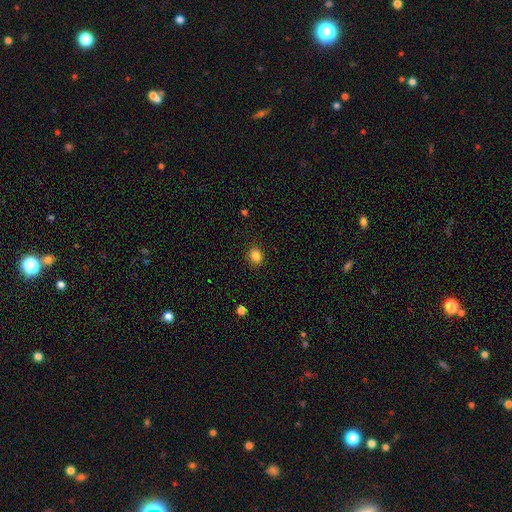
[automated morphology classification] Smooth or featured: smooth — 84% (star or artifact — 11%)
How rounded: round — 67% (in between — 32%)
Merging: none — 89% (minor disturbance — 8%)